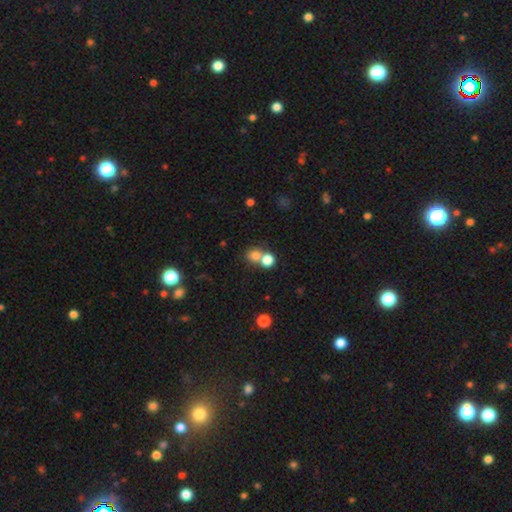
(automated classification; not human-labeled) This appears to be a smooth galaxy with no disk features (77%) that is round (81%). Merging: none (47%).